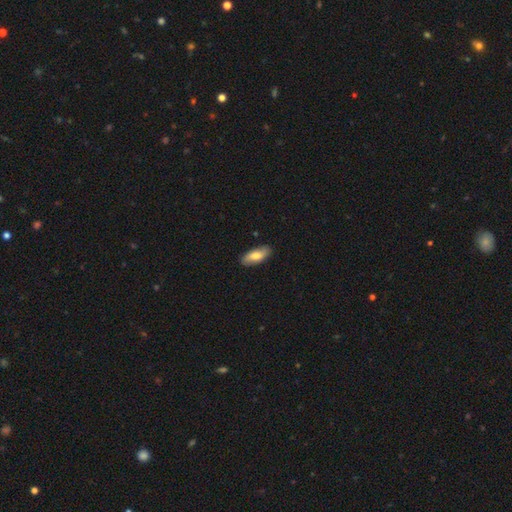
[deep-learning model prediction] Smooth or featured?
  - smooth: 73% *
  - featured or disk: 21%
  - star or artifact: 6%
How rounded?
  - in between: 83% *
  - cigar-shaped: 15%
  - round: 2%
Merging?
  - none: 87% *
  - minor disturbance: 10%
  - major disturbance: 2%
  - merger: 1%